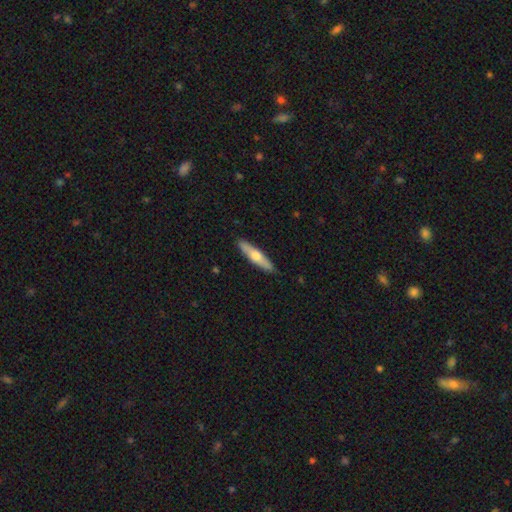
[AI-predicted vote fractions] Smooth or featured?
  - smooth: 53% *
  - featured or disk: 42%
  - star or artifact: 5%
How rounded?
  - cigar-shaped: 78% *
  - in between: 20%
  - round: 2%
Merging?
  - none: 90% *
  - minor disturbance: 8%
  - major disturbance: 2%
  - merger: 1%